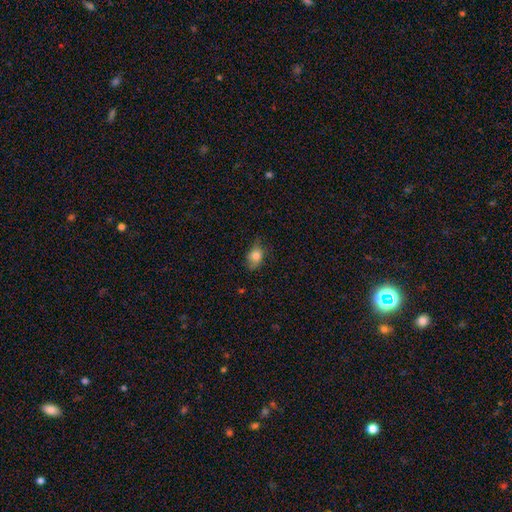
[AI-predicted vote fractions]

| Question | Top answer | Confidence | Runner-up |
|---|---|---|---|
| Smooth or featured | smooth | 75% | featured or disk (15%) |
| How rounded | in between | 75% | round (23%) |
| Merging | none | 57% | minor disturbance (30%) |